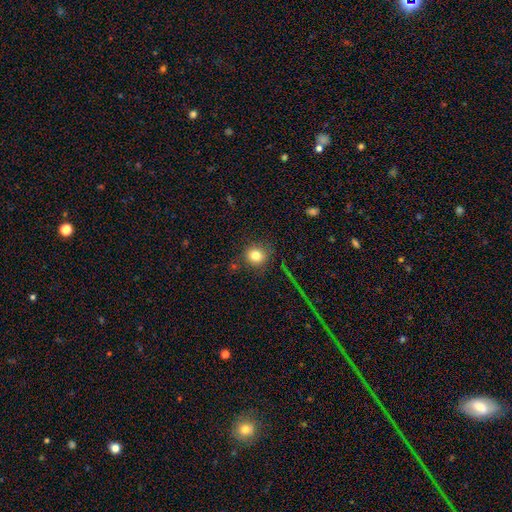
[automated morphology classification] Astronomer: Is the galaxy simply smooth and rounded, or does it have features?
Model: smooth — 81%.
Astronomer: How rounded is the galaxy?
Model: round — 86%.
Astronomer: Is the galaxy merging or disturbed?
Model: none — 82%.